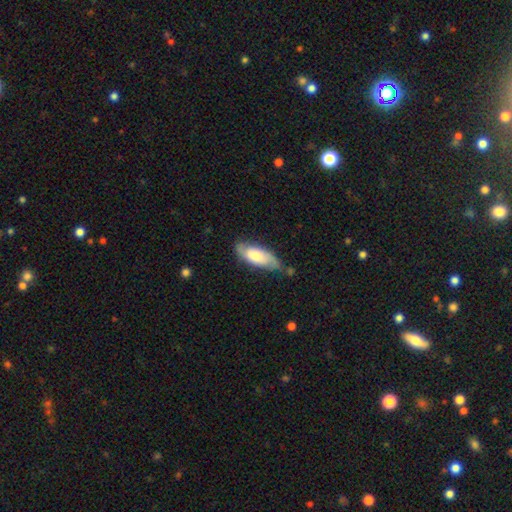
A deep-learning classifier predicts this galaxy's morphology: Smooth or featured? smooth (57%)
How rounded? in between (76%)
Merging? none (63%)